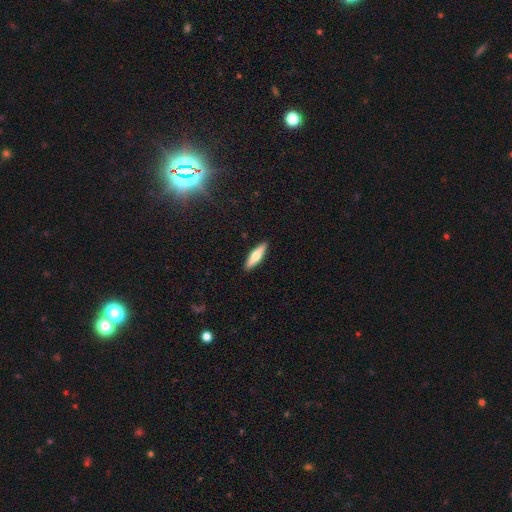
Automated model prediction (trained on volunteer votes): Smooth or featured: smooth — 54% (featured or disk — 40%)
How rounded: cigar-shaped — 71% (in between — 27%)
Merging: none — 91% (minor disturbance — 7%)